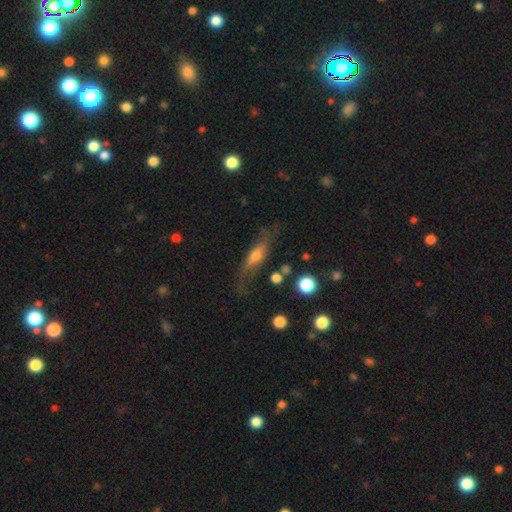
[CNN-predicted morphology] featured or disk 54%, smooth 36%, star or artifact 9%. Down the decision tree: edge-on disk — yes (56%); merging — none (62%).